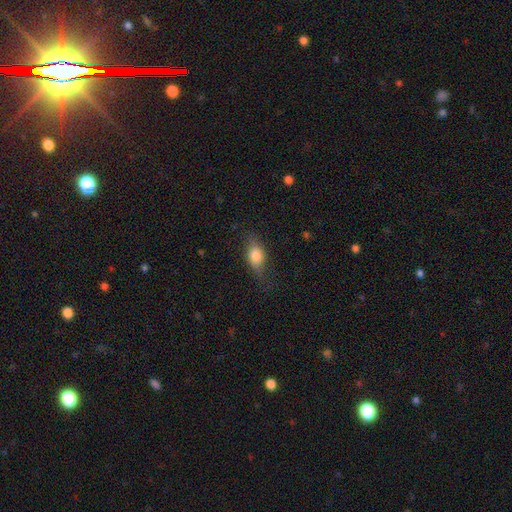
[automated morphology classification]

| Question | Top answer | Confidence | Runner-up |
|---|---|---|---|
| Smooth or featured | smooth | 71% | featured or disk (21%) |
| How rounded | in between | 79% | round (12%) |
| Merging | none | 69% | minor disturbance (22%) |